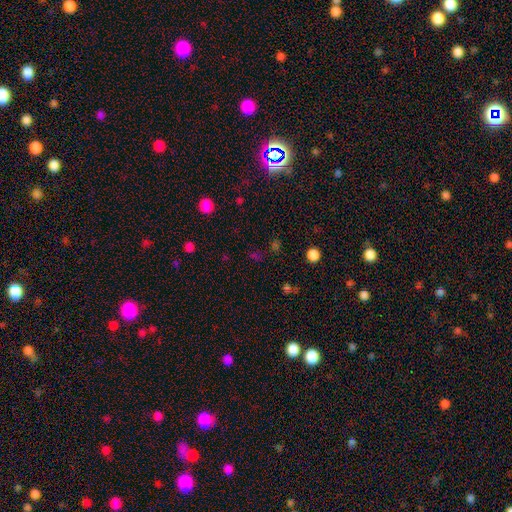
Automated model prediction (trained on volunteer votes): Smooth or featured? star or artifact (53%)